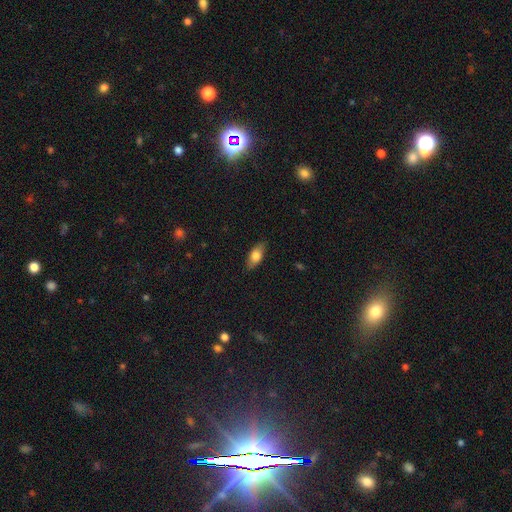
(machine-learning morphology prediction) Overall: smooth (75%). How rounded: in between (85%). Merging: none (85%).